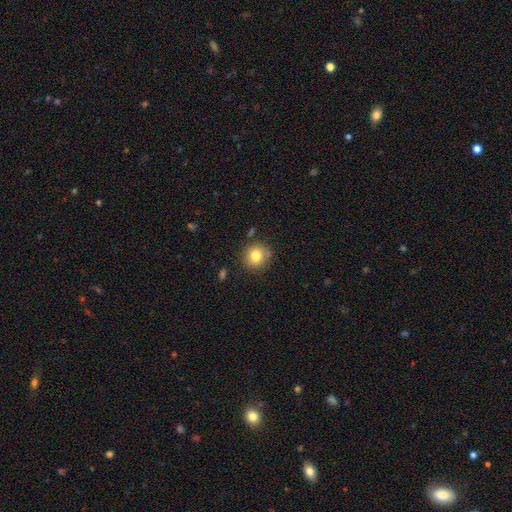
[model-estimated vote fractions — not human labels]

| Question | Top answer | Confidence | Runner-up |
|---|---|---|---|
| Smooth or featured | smooth | 80% | star or artifact (11%) |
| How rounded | round | 90% | in between (9%) |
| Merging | none | 80% | minor disturbance (12%) |